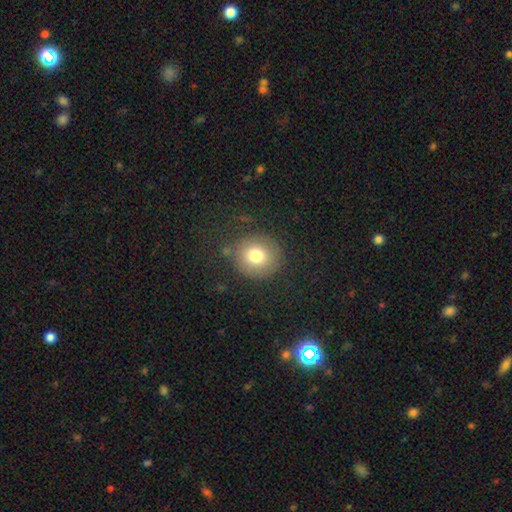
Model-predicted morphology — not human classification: This appears to be a smooth galaxy with no disk features (76%) that is round (89%). Merging: none (80%).